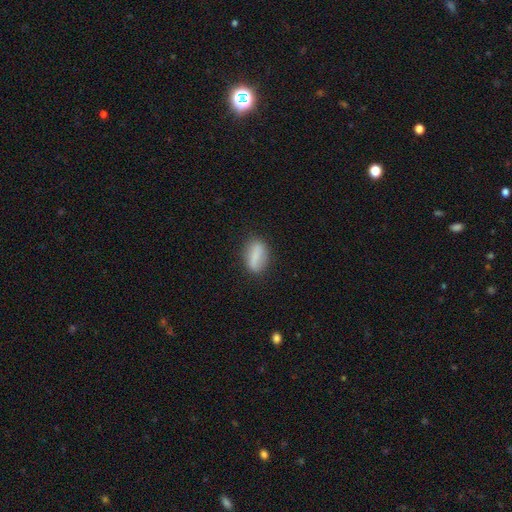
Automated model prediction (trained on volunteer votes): Smooth or featured? smooth (70%)
How rounded? in between (75%)
Merging? none (78%)